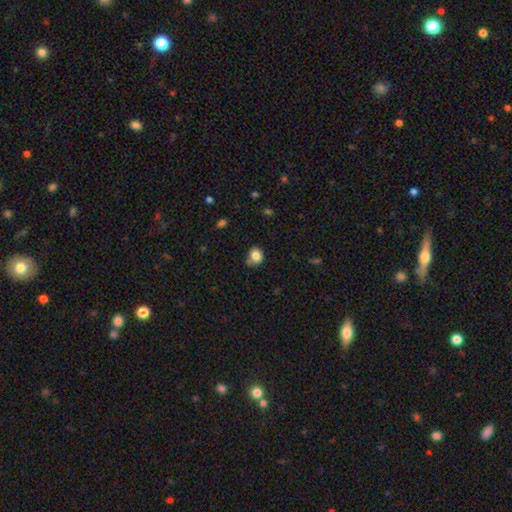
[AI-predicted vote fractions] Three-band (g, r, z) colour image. It shows a smooth galaxy with no disk features (83%) that is round (63%). Merging: none (56%).